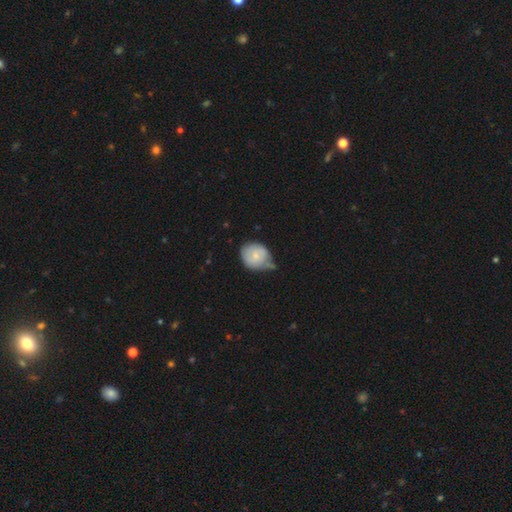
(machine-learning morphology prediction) Smooth or featured?
  - smooth: 67% *
  - featured or disk: 26%
  - star or artifact: 7%
How rounded?
  - round: 70% *
  - in between: 29%
  - cigar-shaped: 1%
Merging?
  - none: 40% *
  - minor disturbance: 39%
  - major disturbance: 11%
  - merger: 10%